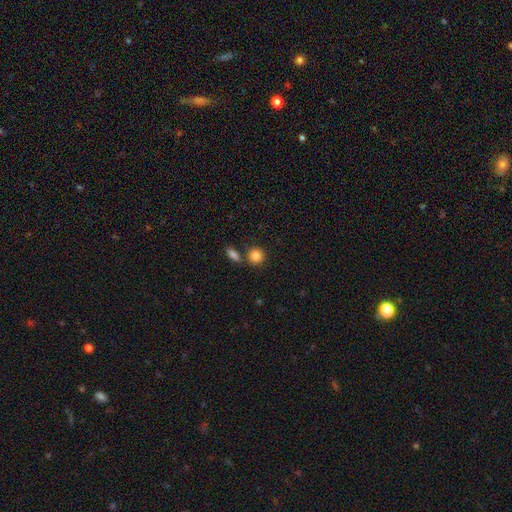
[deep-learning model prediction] Smooth or featured? smooth (86%)
How rounded? round (84%)
Merging? none (70%)